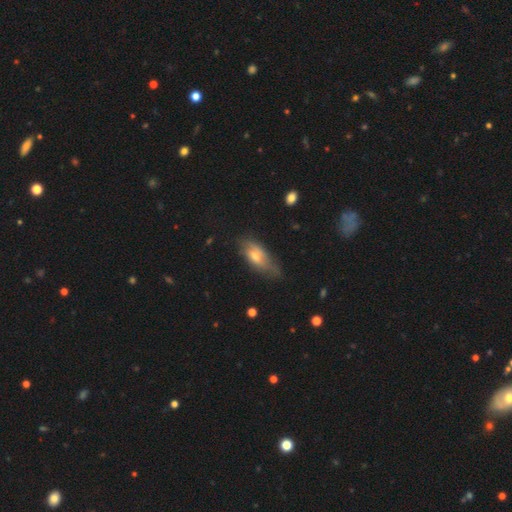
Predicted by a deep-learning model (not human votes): The model was most divided on "merging": none: 53%, minor disturbance: 34%, major disturbance: 11%, merger: 2%. More confident: how rounded — in between (75%); smooth or featured — smooth (57%).